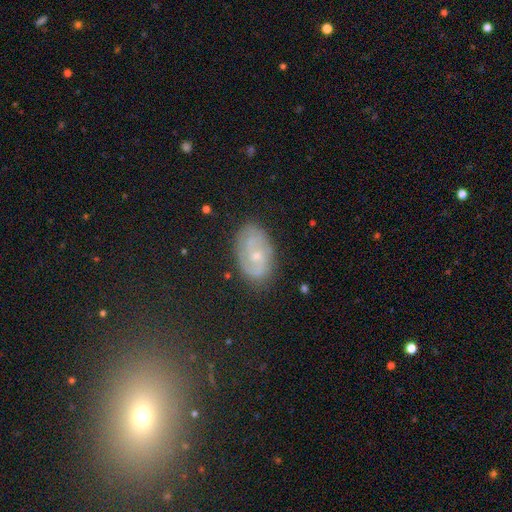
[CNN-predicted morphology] featured or disk 66%, smooth 22%, star or artifact 11%. Down the decision tree: edge-on disk — no (96%); bar — no (61%); spiral arms — yes (83%); spiral arm count — 2 (60%); spiral winding — tight (46%); bulge size — small (64%); merging — none (80%).